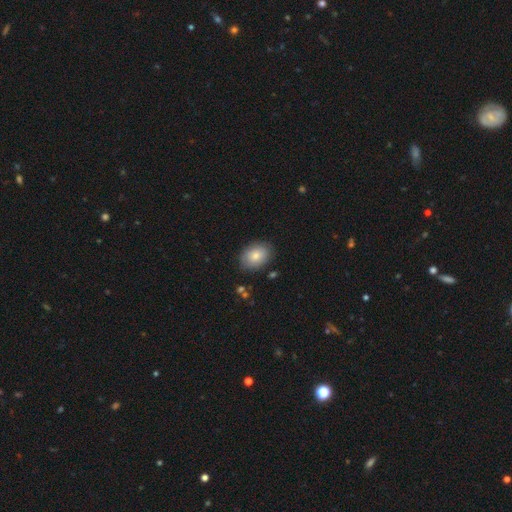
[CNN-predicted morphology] type=smooth (78%); roundness=in between (75%); merging=none (82%).